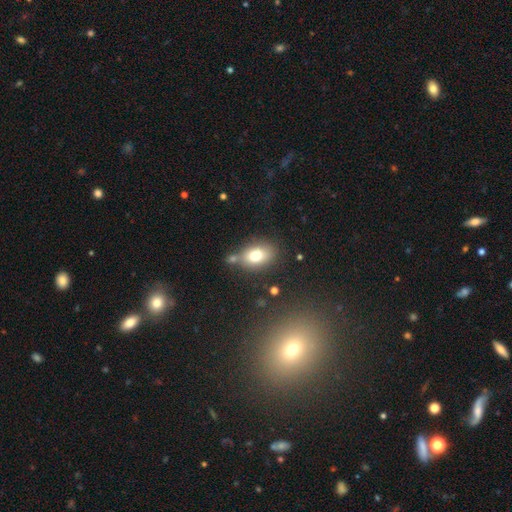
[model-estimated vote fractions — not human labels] Q: Smooth or featured?
A: smooth (76%); runner-up: featured or disk (13%)
Q: How rounded?
A: in between (77%); runner-up: round (21%)
Q: Merging?
A: none (64%); runner-up: minor disturbance (16%)